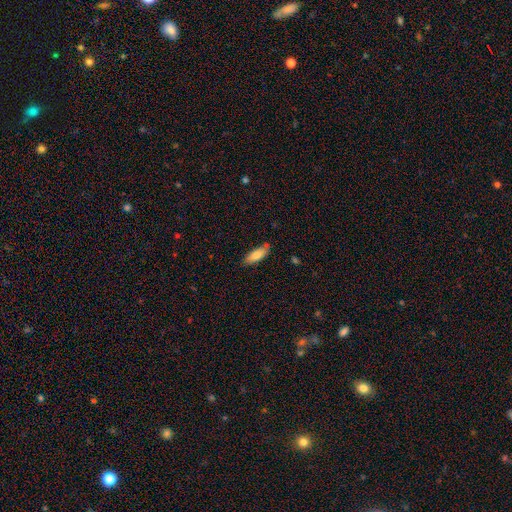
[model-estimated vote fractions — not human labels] Morphology: type=smooth (82%); roundness=in between (60%); merging=none (79%).